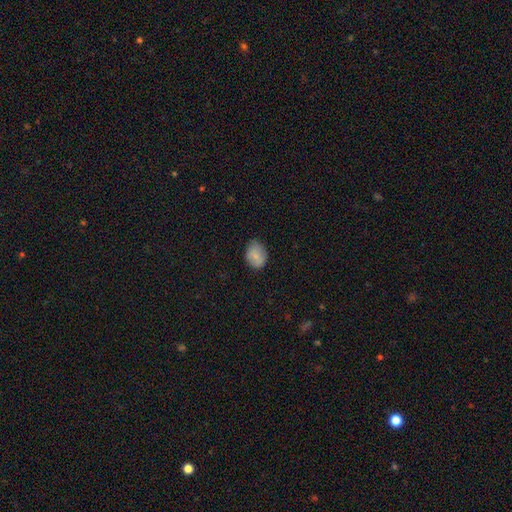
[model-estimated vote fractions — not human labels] A smooth galaxy with no disk features (81%) that is in between round and cigar-shaped (62%).

Vote fractions:
- Smooth or featured? smooth: 81% / featured or disk: 11% / star or artifact: 8%
- How rounded? in between: 62% / round: 37% / cigar-shaped: 1%
- Merging? none: 73% / minor disturbance: 22% / major disturbance: 4% / merger: 1%